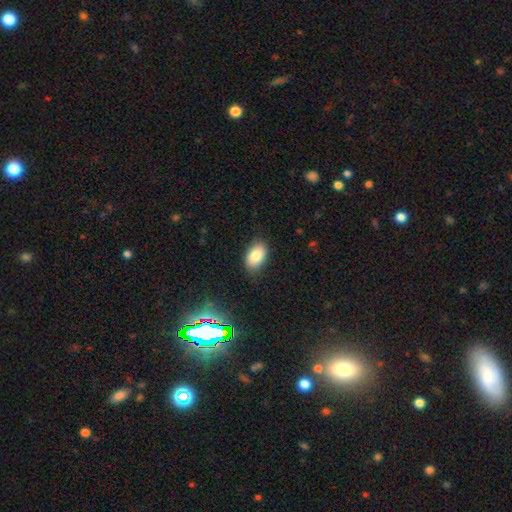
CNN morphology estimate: type=smooth (83%); roundness=in between (90%); merging=none (83%).